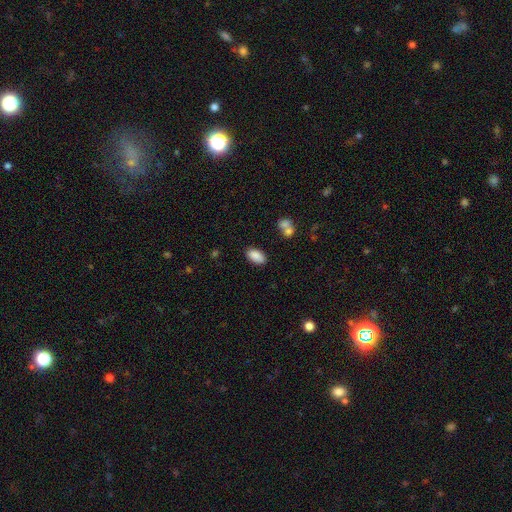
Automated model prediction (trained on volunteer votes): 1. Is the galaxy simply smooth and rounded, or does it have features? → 88% smooth, 7% star or artifact, 5% featured or disk.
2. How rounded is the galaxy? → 94% in between, 3% round, 3% cigar-shaped.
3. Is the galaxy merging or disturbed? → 83% none, 10% minor disturbance, 4% merger, 3% major disturbance.